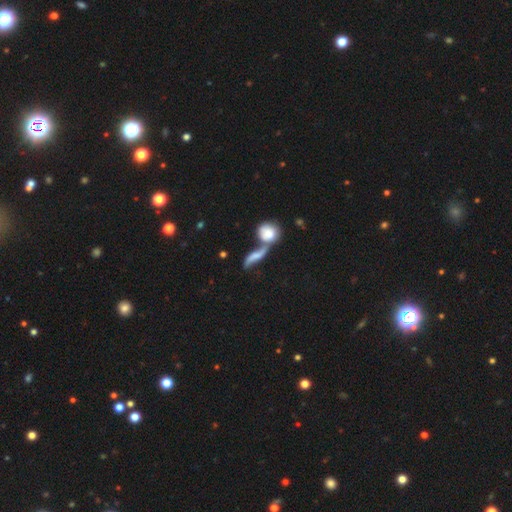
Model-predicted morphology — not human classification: Smooth or featured?
  - featured or disk: 52% *
  - smooth: 39%
  - star or artifact: 9%
Edge-on disk?
  - no: 74% *
  - yes: 26%
Merging?
  - merger: 47% *
  - none: 31%
  - minor disturbance: 13%
  - major disturbance: 9%